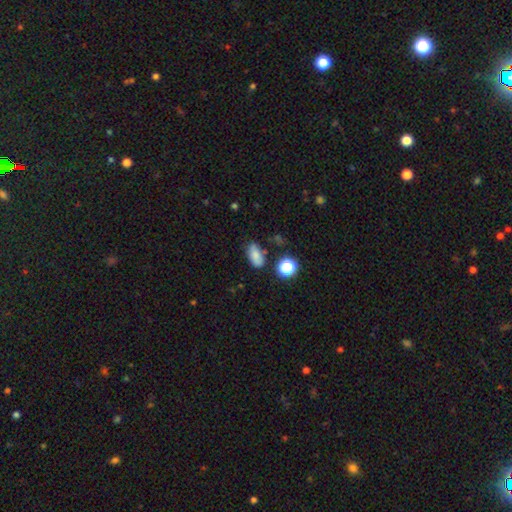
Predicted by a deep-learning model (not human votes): A smooth galaxy with no disk features (78%) that is in between round and cigar-shaped (88%). Merging: none (70%).